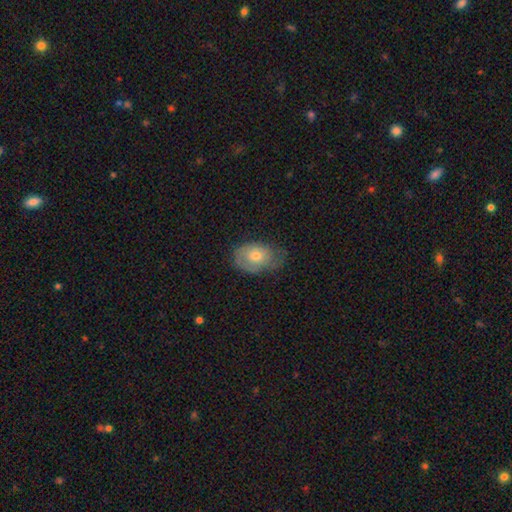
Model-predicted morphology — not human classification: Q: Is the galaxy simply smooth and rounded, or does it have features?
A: smooth — 57%.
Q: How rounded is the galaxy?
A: in between — 79%.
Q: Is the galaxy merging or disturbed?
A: none — 53%.